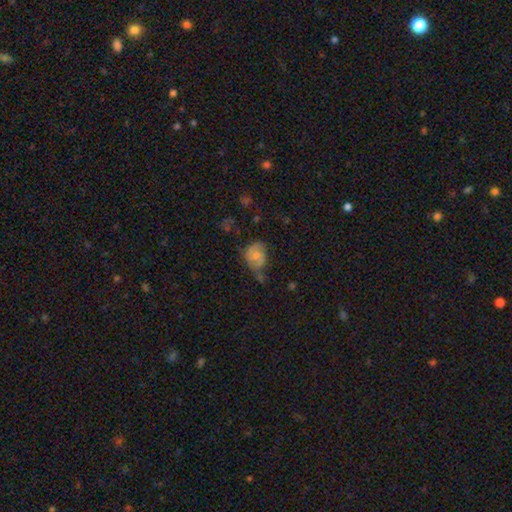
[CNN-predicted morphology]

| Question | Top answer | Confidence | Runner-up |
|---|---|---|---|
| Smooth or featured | smooth | 59% | featured or disk (32%) |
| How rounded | round | 50% | in between (48%) |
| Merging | minor disturbance | 36% | none (30%) |